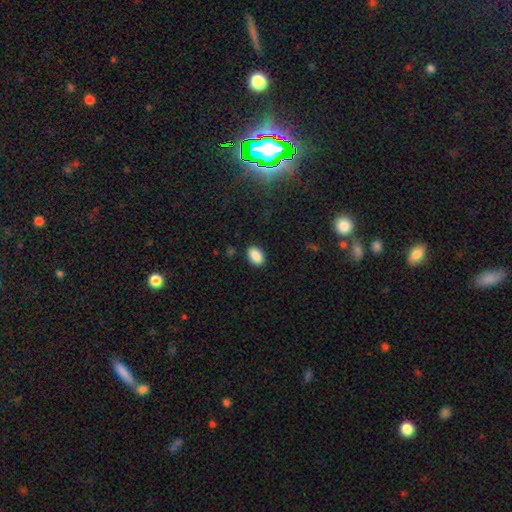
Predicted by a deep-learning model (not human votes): Q: Smooth or featured?
A: smooth (89%); runner-up: star or artifact (8%)
Q: How rounded?
A: in between (90%); runner-up: round (9%)
Q: Merging?
A: none (88%); runner-up: minor disturbance (9%)